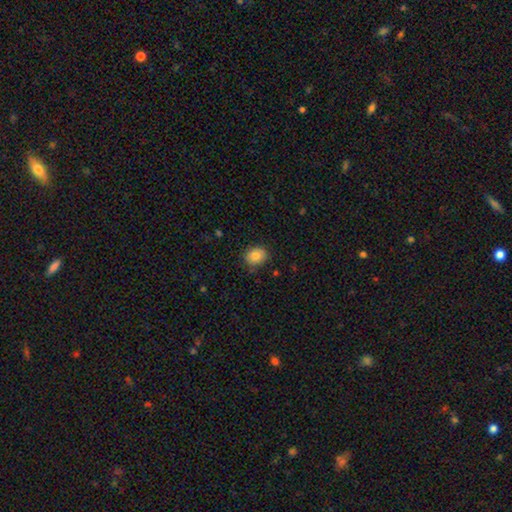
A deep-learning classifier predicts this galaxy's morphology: A smooth galaxy with no disk features (85%) that is in between round and cigar-shaped (50%). Merging: none (83%).